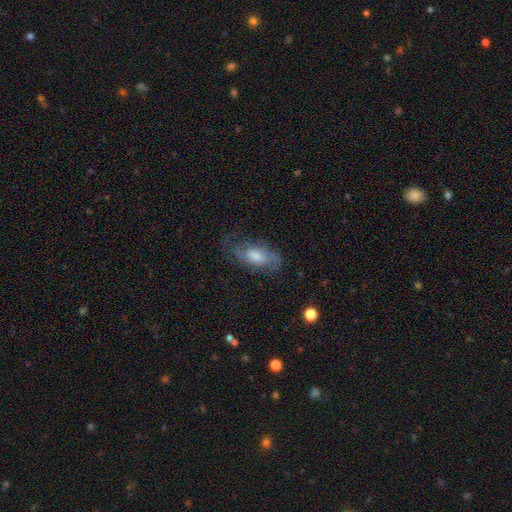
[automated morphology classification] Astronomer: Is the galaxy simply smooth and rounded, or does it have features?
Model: featured or disk — 66%.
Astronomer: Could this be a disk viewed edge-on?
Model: no — 91%.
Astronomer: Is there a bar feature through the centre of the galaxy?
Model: no — 54% (runner-up: weak, 38%).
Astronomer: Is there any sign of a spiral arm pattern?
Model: yes — 87%.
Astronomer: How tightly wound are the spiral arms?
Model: medium — 44% (runner-up: tight, 36%).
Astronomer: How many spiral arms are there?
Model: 2 — 61%.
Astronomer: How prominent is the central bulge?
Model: moderate — 51%.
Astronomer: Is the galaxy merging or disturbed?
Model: none — 65%.